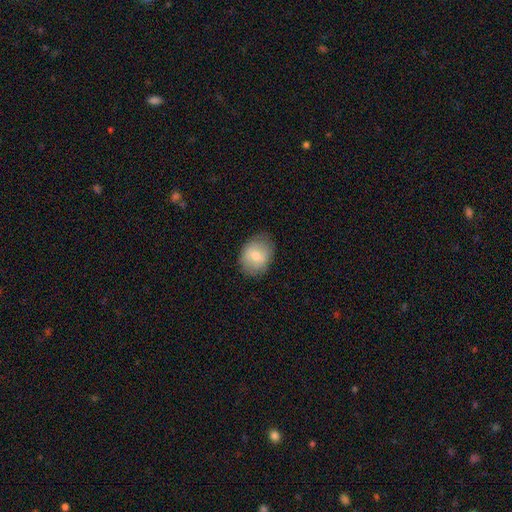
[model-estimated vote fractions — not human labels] smooth 71%, featured or disk 21%, star or artifact 8%. Down the decision tree: how rounded — in between (52%); merging — none (79%).